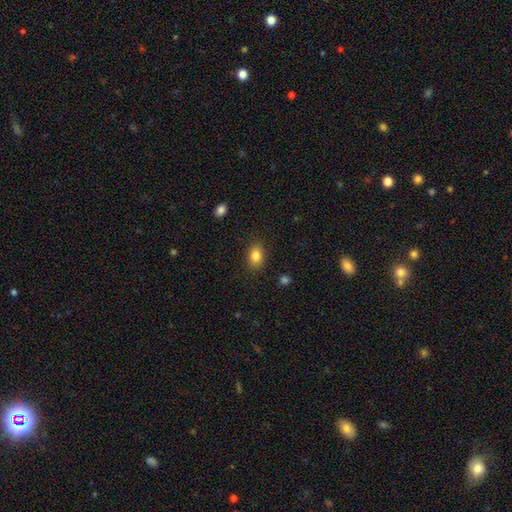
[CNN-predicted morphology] smooth 83%, star or artifact 9%, featured or disk 7%. Down the decision tree: how rounded — in between (73%); merging — none (87%).